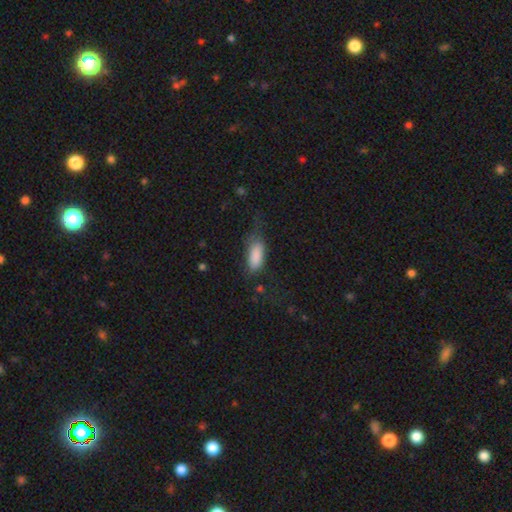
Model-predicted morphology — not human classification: The model was most divided on "merging": none: 45%, minor disturbance: 28%, major disturbance: 24%, merger: 3%. More confident: smooth or featured — smooth (84%); how rounded — in between (83%).